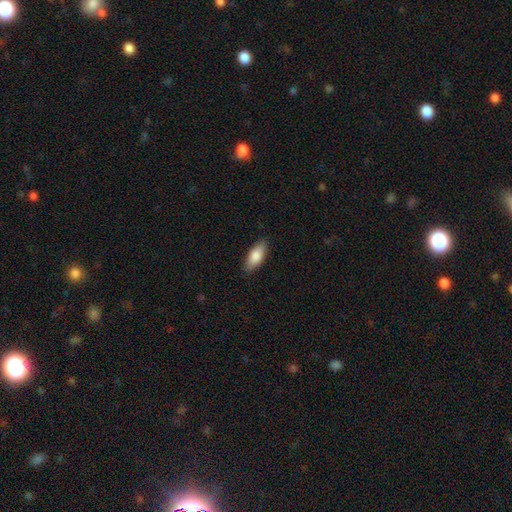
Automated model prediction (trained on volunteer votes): Q: Smooth or featured?
A: smooth (84%); runner-up: featured or disk (11%)
Q: How rounded?
A: in between (81%); runner-up: cigar-shaped (17%)
Q: Merging?
A: none (86%); runner-up: minor disturbance (10%)